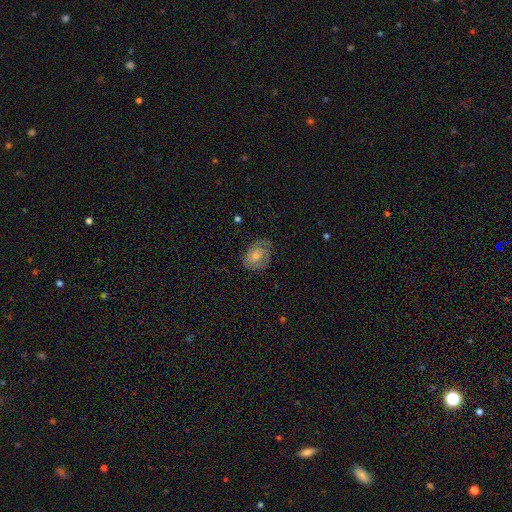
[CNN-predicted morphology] type=featured or disk (52%); edge-on=no (96%); bar=no (77%); spiral arms=yes (76%); bulge=moderate (53%); merging=none (71%).